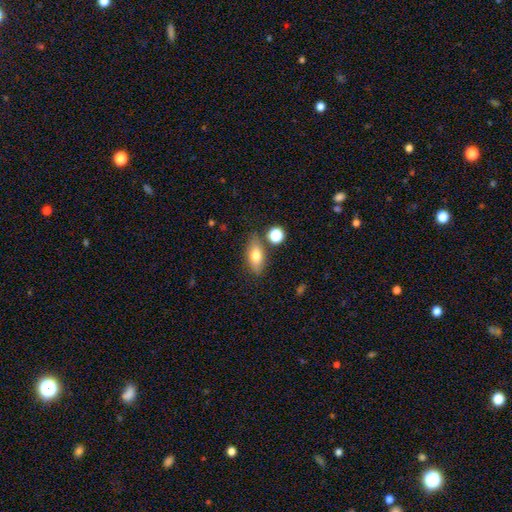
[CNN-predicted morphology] smooth_or_featured: smooth (p=0.74) [alt: featured or disk p=0.17]
how_rounded: in between (p=0.79) [alt: cigar-shaped p=0.13]
merging: none (p=0.76) [alt: minor disturbance p=0.13]